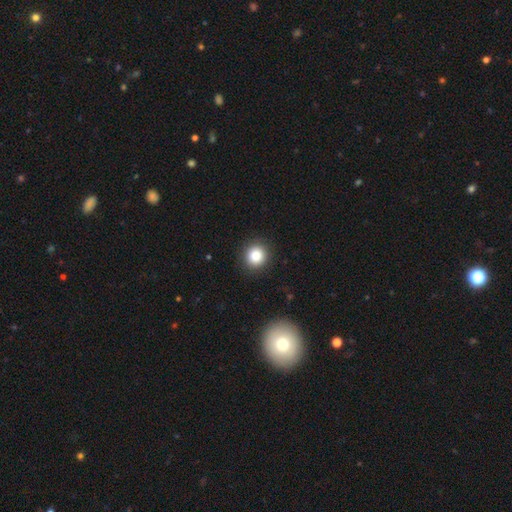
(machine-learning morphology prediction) Smooth or featured? smooth (84%)
How rounded? round (89%)
Merging? none (91%)